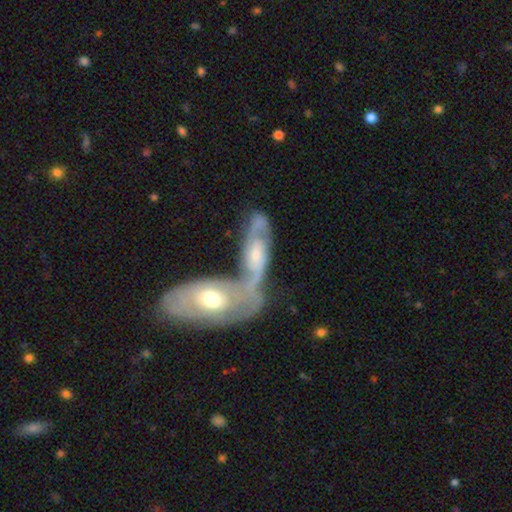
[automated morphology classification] Smooth or featured: featured or disk — 72% (smooth — 21%)
Edge-on disk: no — 82% (yes — 18%)
Bar: no — 69% (weak — 25%)
Spiral arms: yes — 77% (no — 23%)
Bulge size: moderate — 59% (small — 32%)
Merging: merger — 63% (none — 23%)